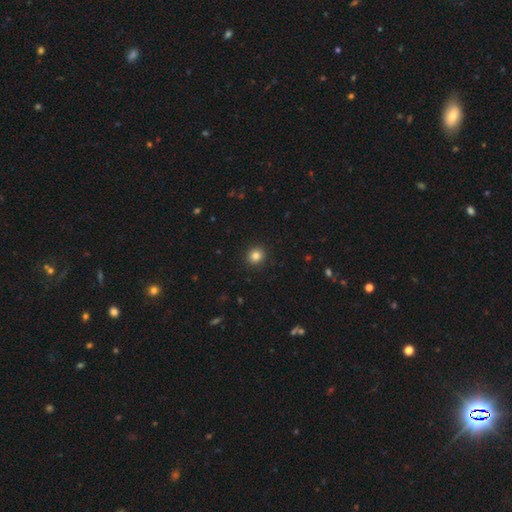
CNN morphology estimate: smooth_or_featured: smooth (p=0.84) [alt: star or artifact p=0.11]
how_rounded: round (p=0.90) [alt: in between p=0.09]
merging: none (p=0.92) [alt: minor disturbance p=0.05]